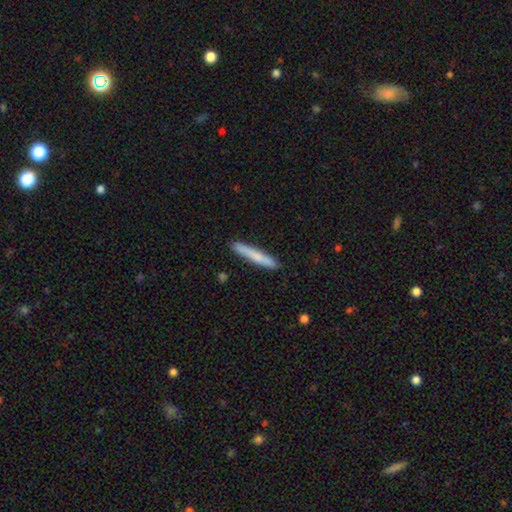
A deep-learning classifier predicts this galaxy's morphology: smooth_or_featured: smooth (p=0.73) [alt: featured or disk p=0.21]
how_rounded: cigar-shaped (p=0.95) [alt: in between p=0.03]
merging: none (p=0.88) [alt: minor disturbance p=0.09]